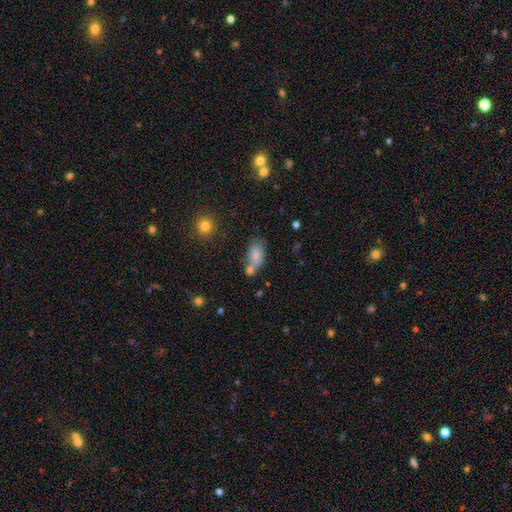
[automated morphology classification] Smooth or featured? smooth (77%)
How rounded? in between (90%)
Merging? none (42%)